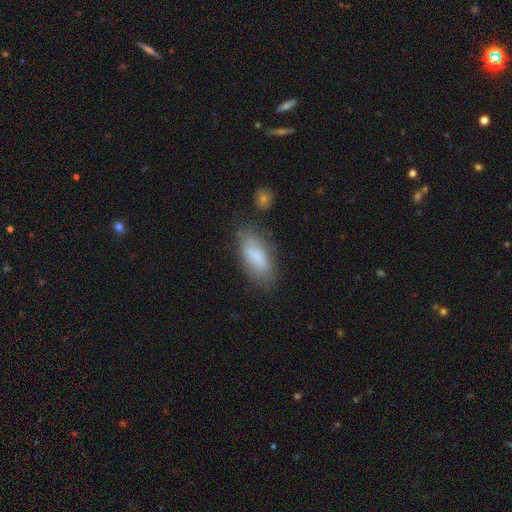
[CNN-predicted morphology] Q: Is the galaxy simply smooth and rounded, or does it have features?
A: smooth — 78%.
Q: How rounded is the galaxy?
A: in between — 78%.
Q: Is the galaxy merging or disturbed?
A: none — 73%.